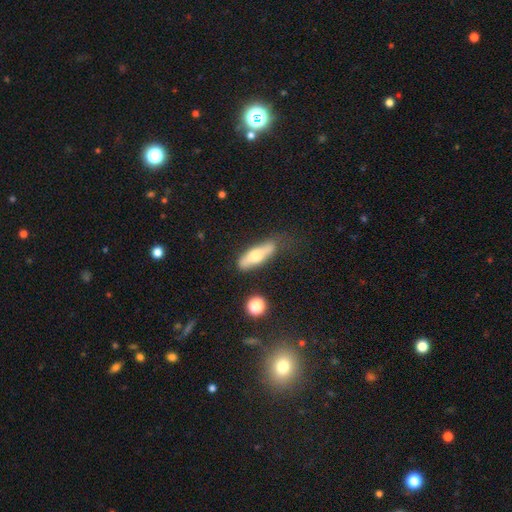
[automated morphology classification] smooth 61%, featured or disk 33%, star or artifact 7%. Down the decision tree: how rounded — cigar-shaped (53%); merging — none (62%).